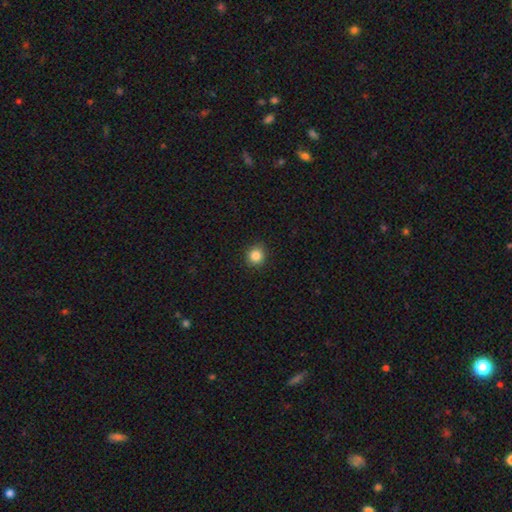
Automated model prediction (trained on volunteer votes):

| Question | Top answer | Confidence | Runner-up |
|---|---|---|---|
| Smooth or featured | smooth | 86% | star or artifact (10%) |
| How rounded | round | 91% | in between (8%) |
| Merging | none | 90% | minor disturbance (7%) |